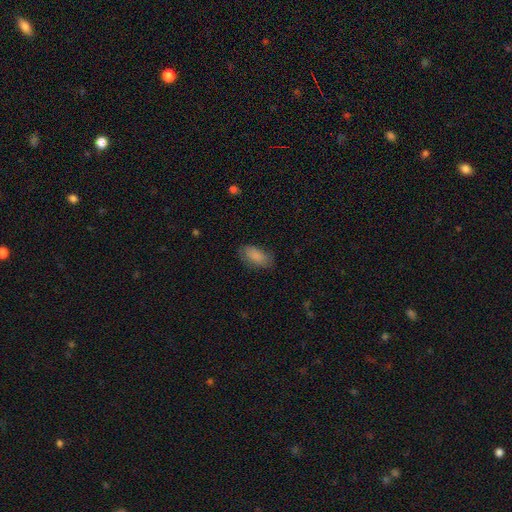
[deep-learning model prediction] Smooth or featured: smooth — 86% (featured or disk — 7%)
How rounded: in between — 92% (cigar-shaped — 5%)
Merging: none — 77% (minor disturbance — 17%)